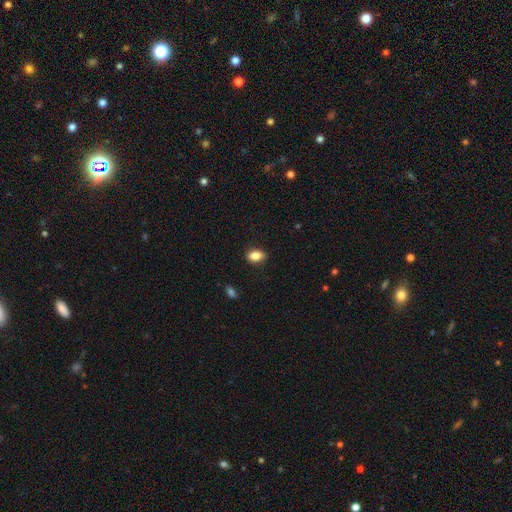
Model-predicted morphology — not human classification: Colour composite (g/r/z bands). It shows a smooth galaxy with no disk features (85%) that is in between round and cigar-shaped (84%). Merging: none (84%).